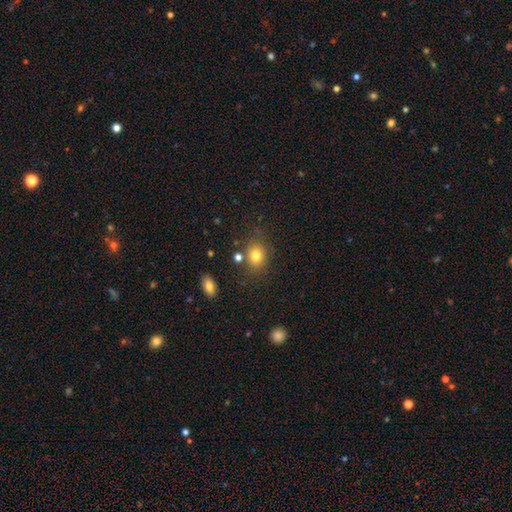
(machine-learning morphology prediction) Q: Smooth or featured?
A: smooth (79%); runner-up: star or artifact (12%)
Q: How rounded?
A: round (56%); runner-up: in between (43%)
Q: Merging?
A: none (75%); runner-up: minor disturbance (13%)